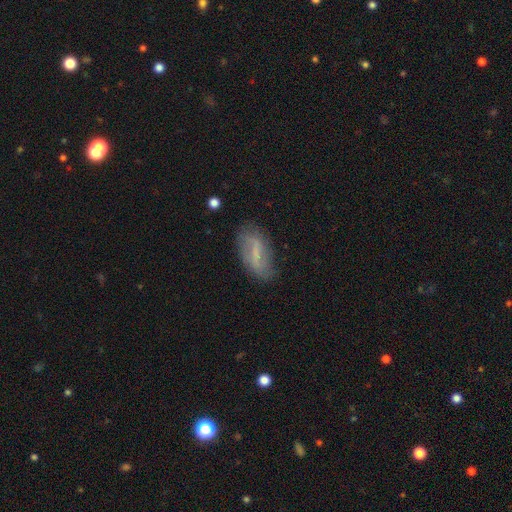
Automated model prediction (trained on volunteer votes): Q: Smooth or featured?
A: featured or disk (55%); runner-up: smooth (37%)
Q: Edge-on disk?
A: no (89%); runner-up: yes (11%)
Q: Merging?
A: none (74%); runner-up: minor disturbance (19%)